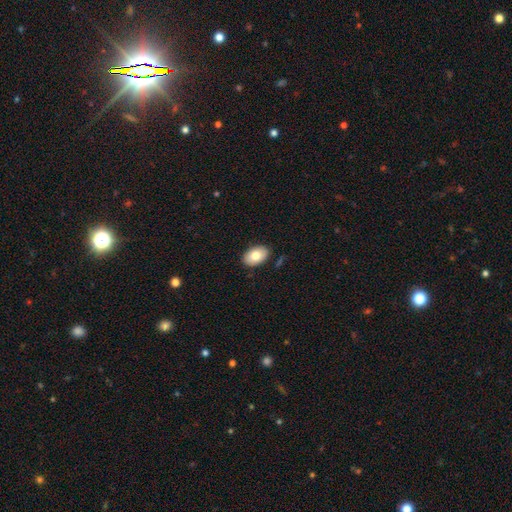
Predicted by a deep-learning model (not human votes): smooth-or-featured: smooth: 79% | featured or disk: 14% | star or artifact: 7%
  how-rounded: in between: 90% | round: 9% | cigar-shaped: 1%
  merging: none: 87% | minor disturbance: 9% | major disturbance: 2% | merger: 1%